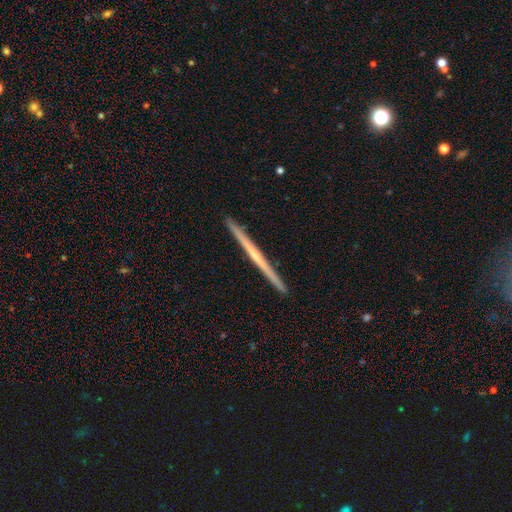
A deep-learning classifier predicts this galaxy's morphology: Smooth or featured: featured or disk — 73% (smooth — 22%)
Edge-on disk: yes — 98% (no — 2%)
Edge-on bulge: none — 57% (rounded — 38%)
Merging: none — 93% (minor disturbance — 5%)